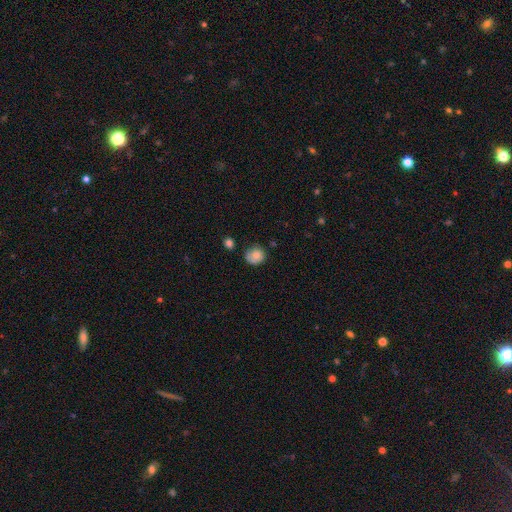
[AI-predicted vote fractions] Morphology: type=smooth (72%); roundness=round (77%); merging=none (53%).